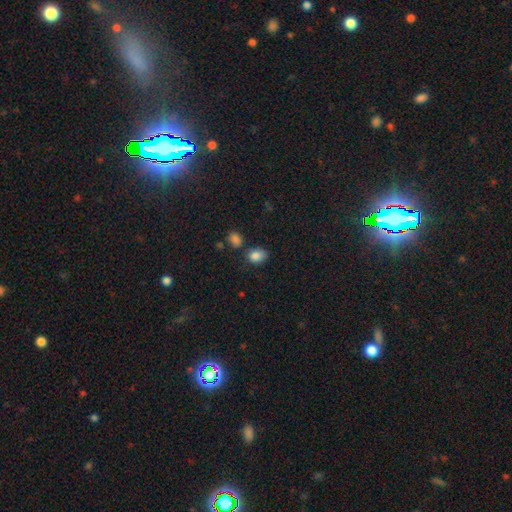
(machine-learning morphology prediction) This appears to be a smooth galaxy with no disk features (84%) that is in between round and cigar-shaped (70%). Merging: none (60%).